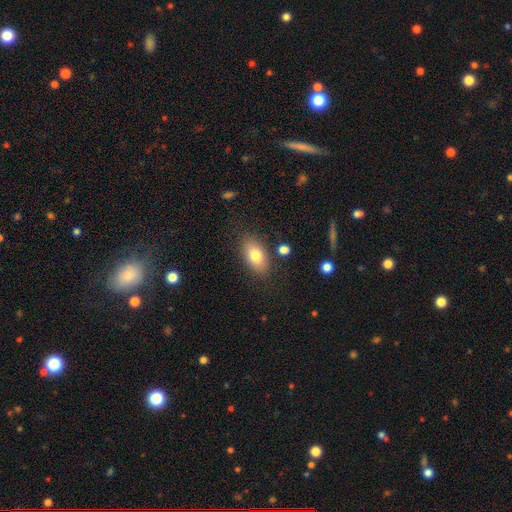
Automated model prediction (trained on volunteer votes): Morphology: type=smooth (78%); roundness=in between (90%); merging=none (82%).